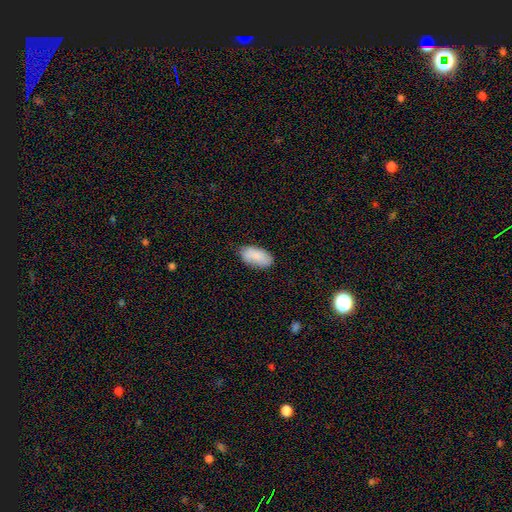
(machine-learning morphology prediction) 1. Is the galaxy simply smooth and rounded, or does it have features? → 86% smooth, 8% featured or disk, 6% star or artifact.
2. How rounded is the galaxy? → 94% in between, 3% round, 3% cigar-shaped.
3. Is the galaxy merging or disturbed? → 75% none, 20% minor disturbance, 4% major disturbance, 1% merger.